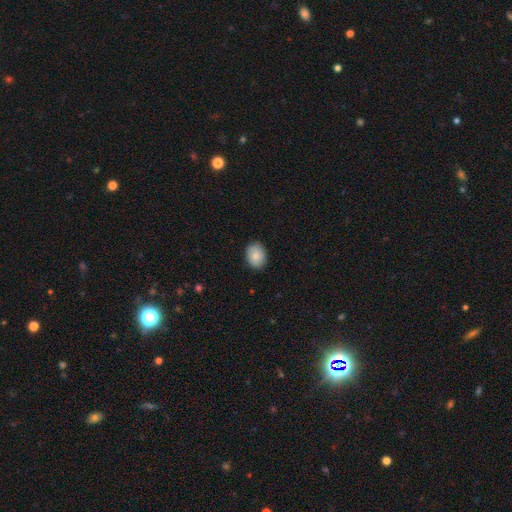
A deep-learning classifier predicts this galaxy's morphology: Smooth or featured: smooth — 84% (featured or disk — 9%)
How rounded: in between — 62% (round — 38%)
Merging: none — 87% (minor disturbance — 10%)